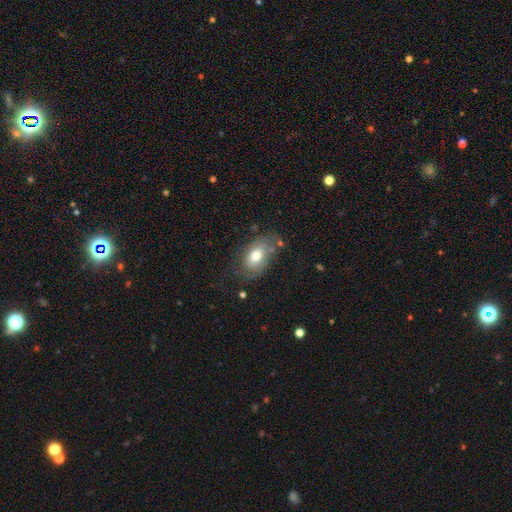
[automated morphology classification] The model was most divided on "merging": none: 61%, minor disturbance: 24%, major disturbance: 10%, merger: 4%. More confident: how rounded — in between (89%); smooth or featured — smooth (67%).